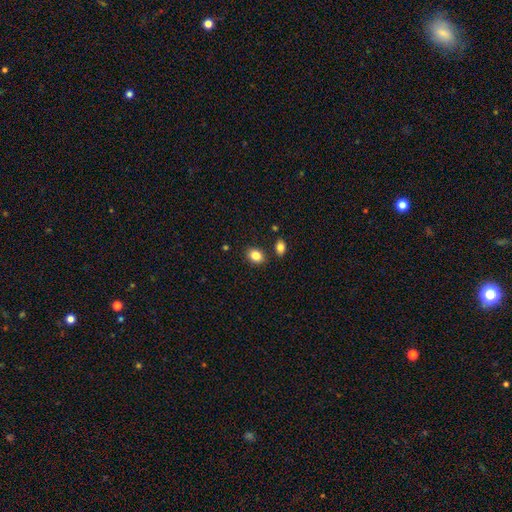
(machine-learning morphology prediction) smooth_or_featured: smooth (p=0.85) [alt: star or artifact p=0.09]
how_rounded: in between (p=0.70) [alt: round p=0.29]
merging: none (p=0.82) [alt: minor disturbance p=0.09]